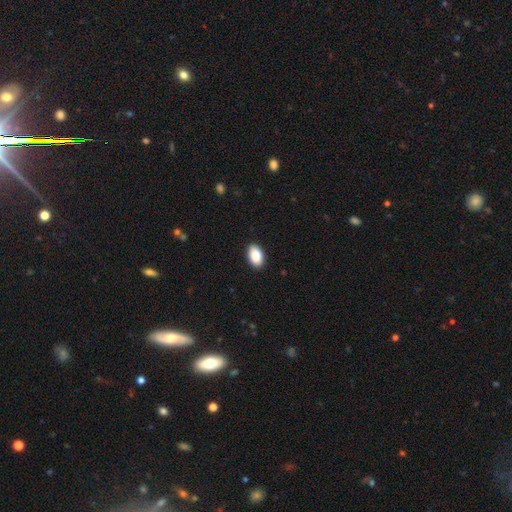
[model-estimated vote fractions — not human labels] Overall: smooth (89%). How rounded: in between (93%). Merging: none (89%).